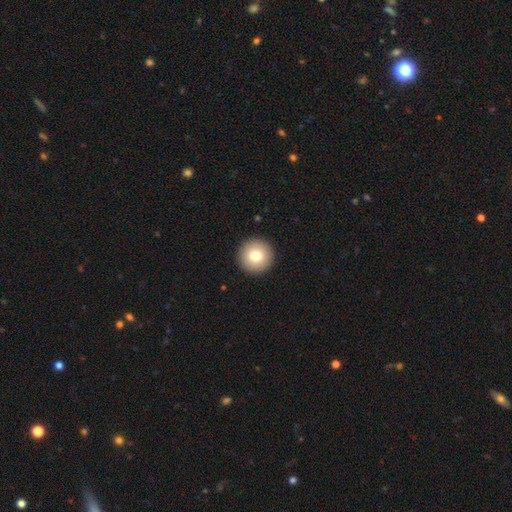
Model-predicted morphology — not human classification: smooth 78%, featured or disk 13%, star or artifact 9%. Down the decision tree: how rounded — round (96%); merging — none (93%).